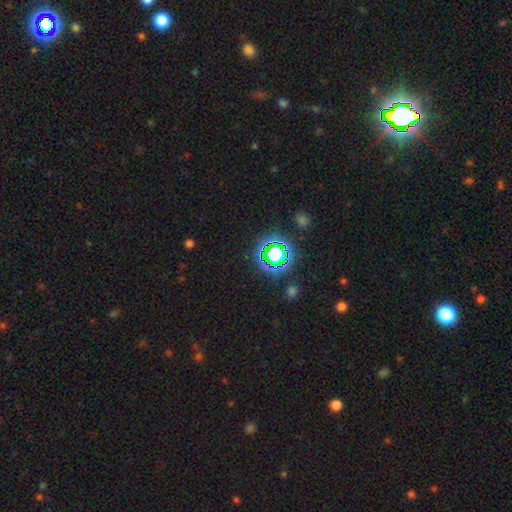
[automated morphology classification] Smooth or featured? Predicted: star or artifact (p=0.78).